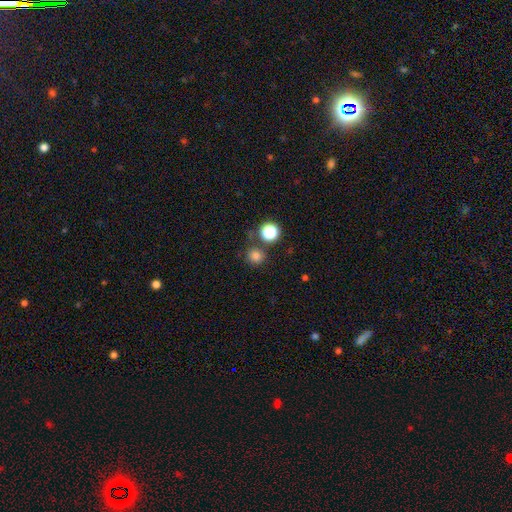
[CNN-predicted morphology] Smooth or featured: smooth — 79% (star or artifact — 16%)
How rounded: round — 92% (in between — 7%)
Merging: none — 77% (merger — 11%)